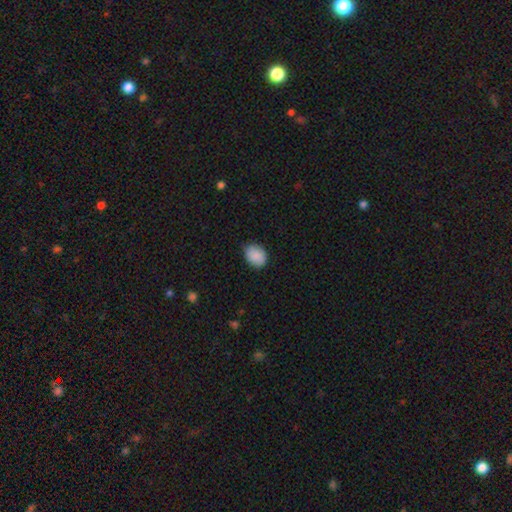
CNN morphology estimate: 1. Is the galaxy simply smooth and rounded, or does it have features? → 90% smooth, 7% star or artifact, 4% featured or disk.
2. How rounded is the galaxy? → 61% in between, 38% round, 1% cigar-shaped.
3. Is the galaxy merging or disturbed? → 85% none, 12% minor disturbance, 2% major disturbance, 1% merger.